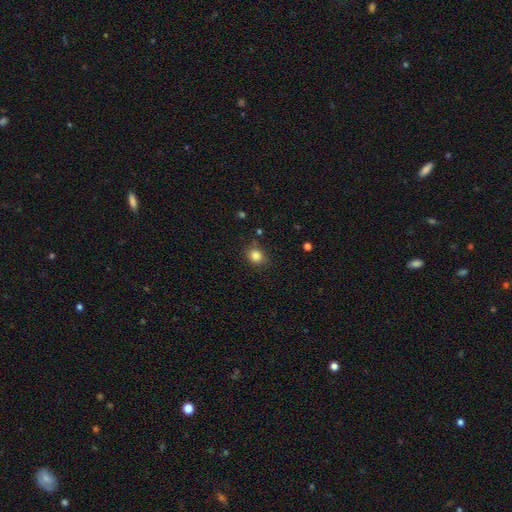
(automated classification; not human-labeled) The model was most divided on "how rounded": round: 71%, in between: 28%, cigar-shaped: 1%. More confident: smooth or featured — smooth (83%); merging — none (79%).